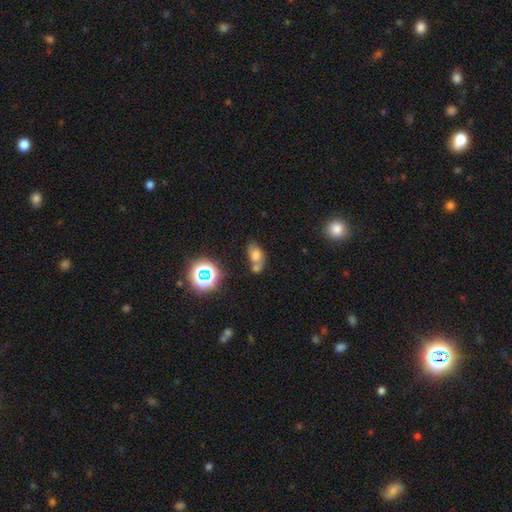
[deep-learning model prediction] smooth 61%, featured or disk 20%, star or artifact 19%. Down the decision tree: how rounded — in between (79%); merging — merger (43%).